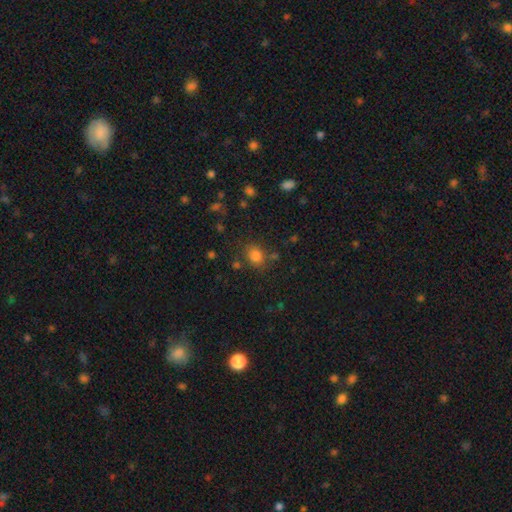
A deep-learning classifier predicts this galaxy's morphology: The model was most divided on "how rounded": round: 62%, in between: 37%, cigar-shaped: 1%. More confident: smooth or featured — smooth (80%); merging — none (74%).